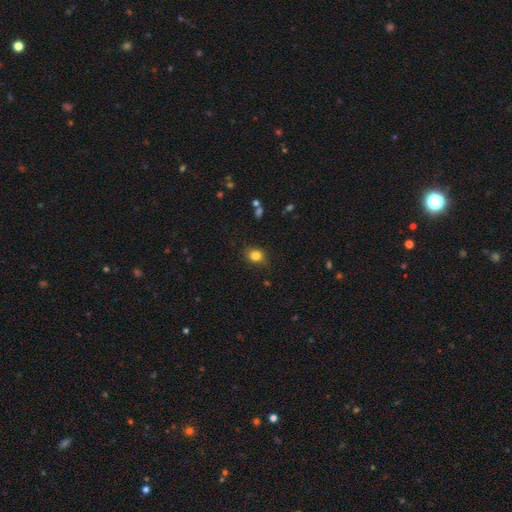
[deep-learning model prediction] This is clearly a smooth galaxy (83%). How rounded: possibly round (59%). Merging: clearly none (82%).